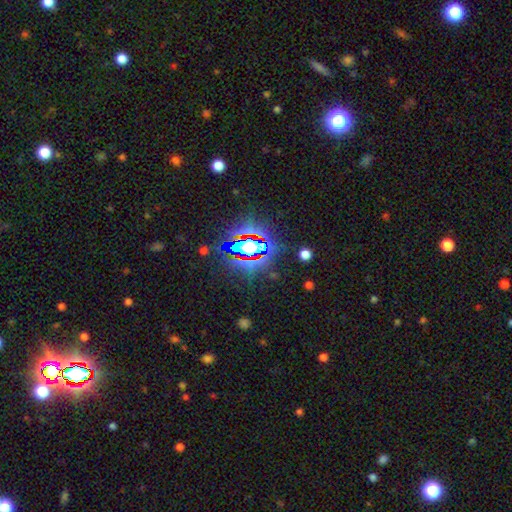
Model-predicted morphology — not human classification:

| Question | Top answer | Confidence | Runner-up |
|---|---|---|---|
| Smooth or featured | star or artifact | 81% | smooth (11%) |